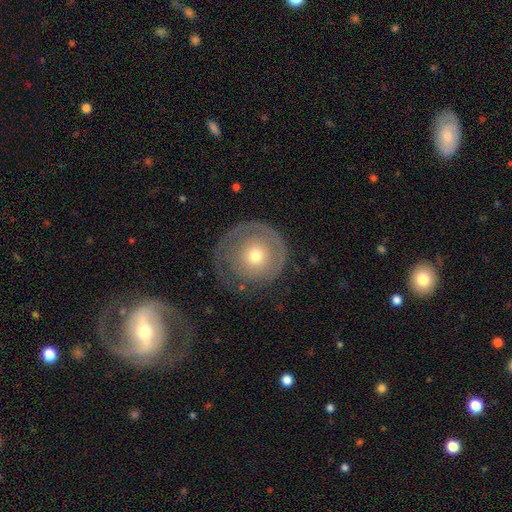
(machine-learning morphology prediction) Smooth or featured? featured or disk (52%)
Edge-on disk? no (96%)
Merging? none (59%)